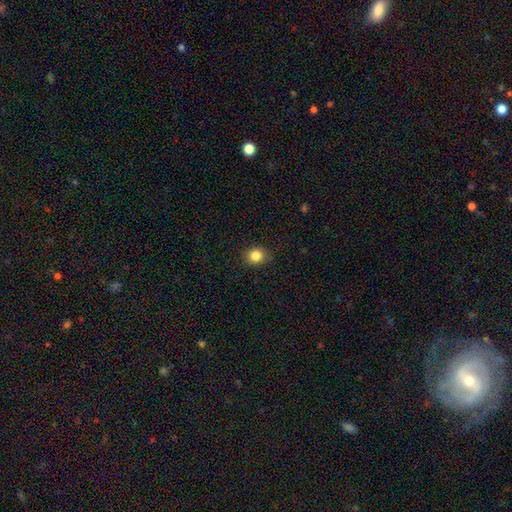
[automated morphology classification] A smooth galaxy with no disk features (84%) that is round (74%).

Vote fractions:
- Smooth or featured? smooth: 84% / star or artifact: 11% / featured or disk: 5%
- How rounded? round: 74% / in between: 25% / cigar-shaped: 1%
- Merging? none: 86% / minor disturbance: 10% / major disturbance: 2% / merger: 1%